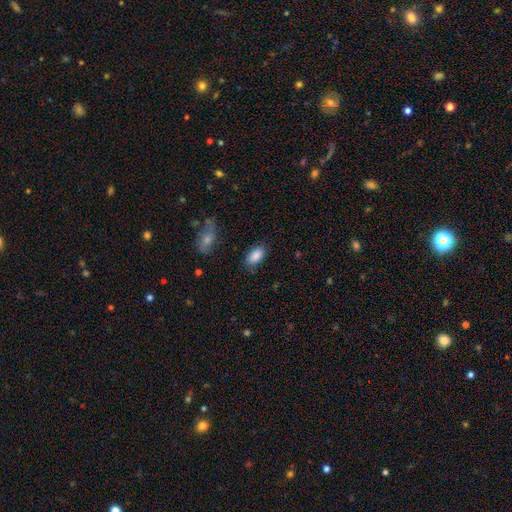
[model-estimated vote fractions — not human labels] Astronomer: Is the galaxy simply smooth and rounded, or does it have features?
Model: smooth — 88%.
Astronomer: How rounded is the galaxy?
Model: in between — 93%.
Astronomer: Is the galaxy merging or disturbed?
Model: none — 82%.